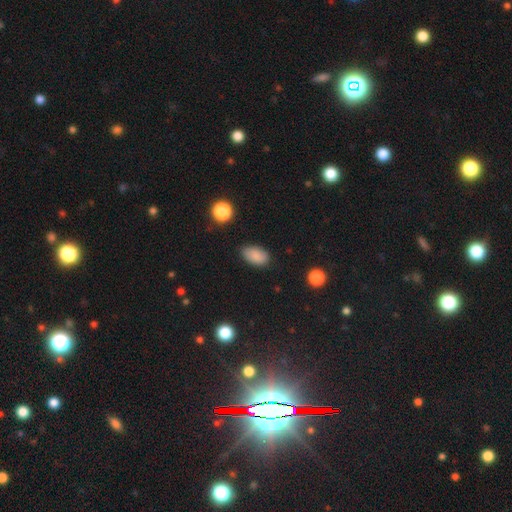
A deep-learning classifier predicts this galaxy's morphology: Smooth or featured: smooth — 86% (star or artifact — 8%)
How rounded: in between — 92% (round — 7%)
Merging: none — 82% (minor disturbance — 14%)